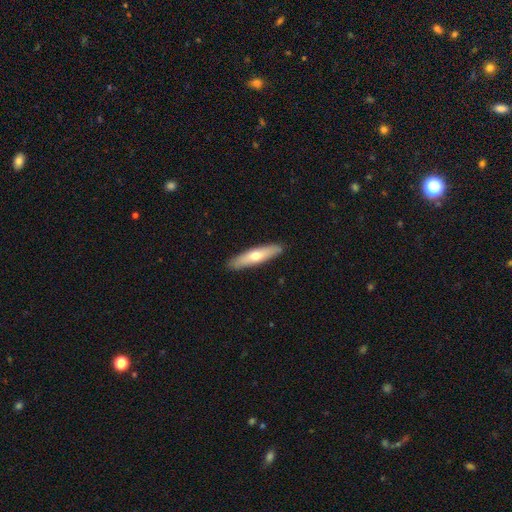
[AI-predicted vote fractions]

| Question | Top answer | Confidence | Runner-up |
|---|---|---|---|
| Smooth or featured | smooth | 61% | featured or disk (34%) |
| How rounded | cigar-shaped | 81% | in between (17%) |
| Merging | none | 90% | minor disturbance (8%) |